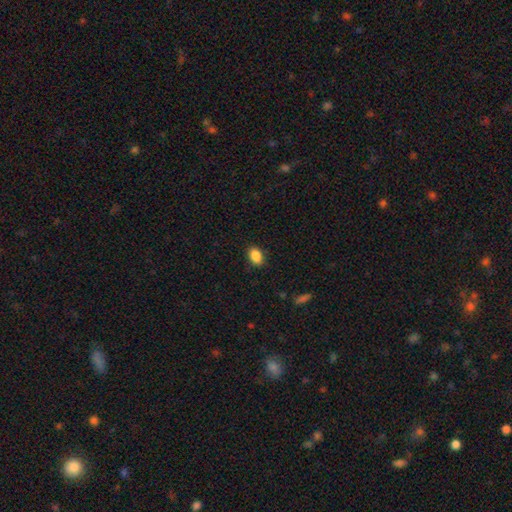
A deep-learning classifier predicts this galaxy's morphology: Overall: smooth (88%). How rounded: in between (85%). Merging: none (88%).